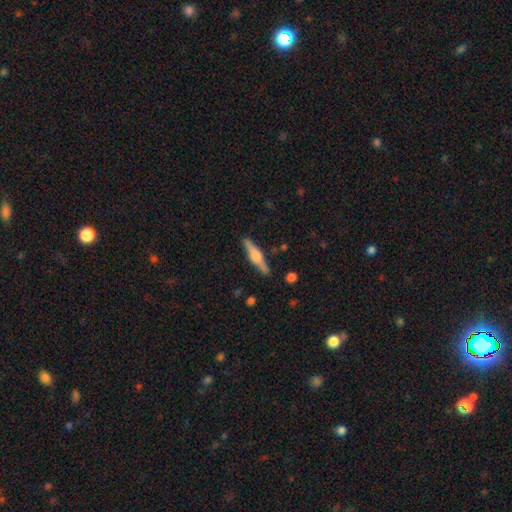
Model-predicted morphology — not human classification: Q: Smooth or featured?
A: featured or disk (65%); runner-up: smooth (29%)
Q: Edge-on disk?
A: yes (97%); runner-up: no (3%)
Q: Edge-on bulge?
A: rounded (86%); runner-up: boxy (11%)
Q: Merging?
A: none (89%); runner-up: minor disturbance (8%)